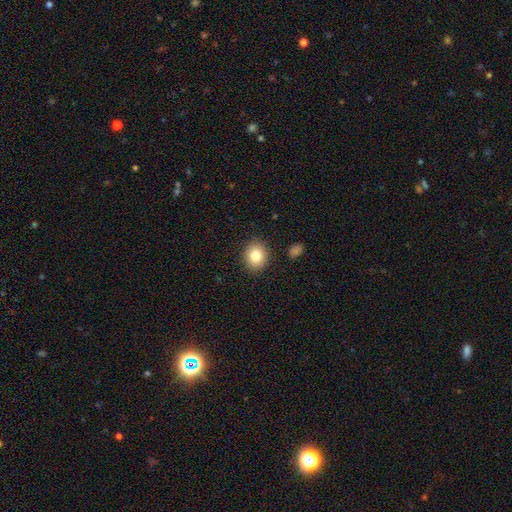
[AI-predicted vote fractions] smooth 82%, star or artifact 9%, featured or disk 8%. Down the decision tree: how rounded — round (66%); merging — none (89%).